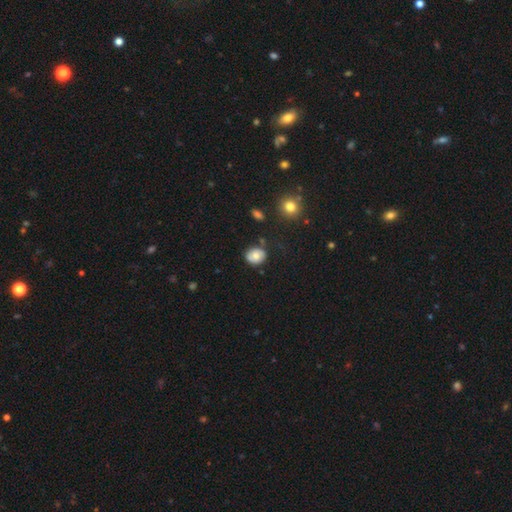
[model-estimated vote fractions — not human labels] The model was most divided on "how rounded": round: 64%, in between: 35%, cigar-shaped: 1%. More confident: merging — none (75%); smooth or featured — smooth (70%).